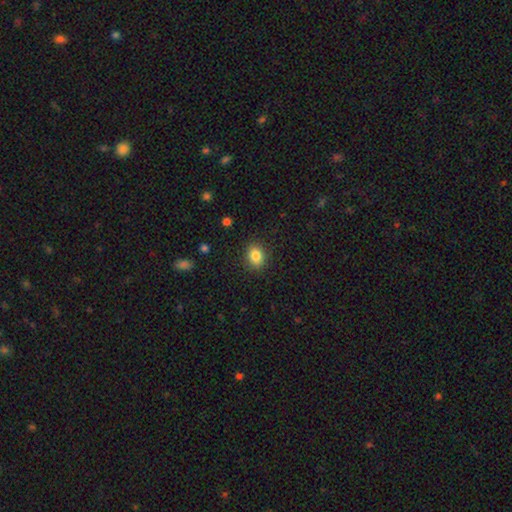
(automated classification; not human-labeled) smooth-or-featured: smooth: 85% | star or artifact: 9% | featured or disk: 5%
  how-rounded: in between: 59% | round: 40% | cigar-shaped: 1%
  merging: none: 88% | minor disturbance: 9% | major disturbance: 3% | merger: 1%